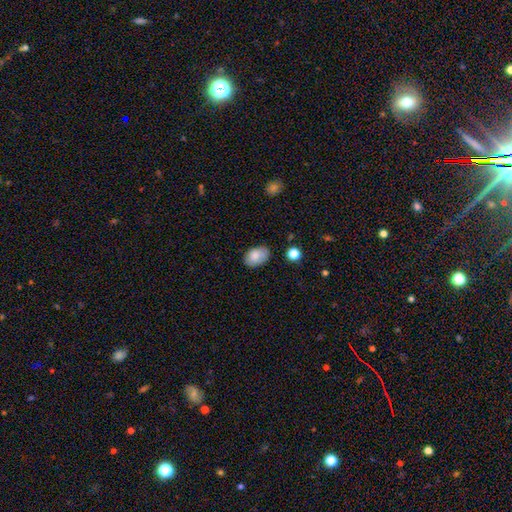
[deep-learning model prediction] Smooth or featured? Predicted: smooth (p=0.84). How rounded? Predicted: in between (p=0.89). Merging? Predicted: none (p=0.79).